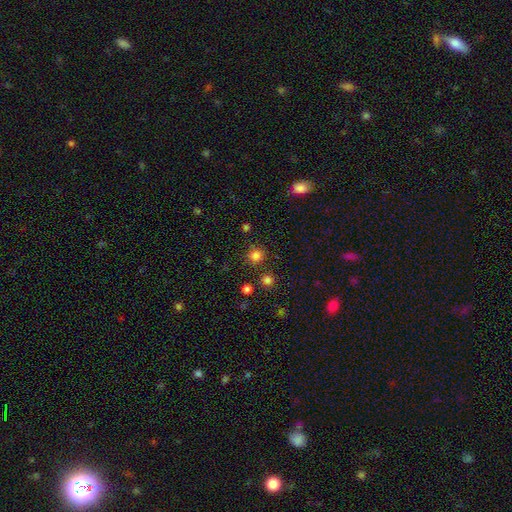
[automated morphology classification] smooth 80%, star or artifact 16%, featured or disk 4%. Down the decision tree: how rounded — round (89%); merging — none (82%).